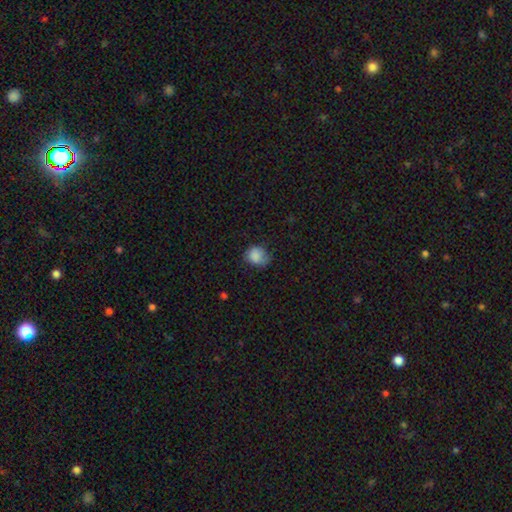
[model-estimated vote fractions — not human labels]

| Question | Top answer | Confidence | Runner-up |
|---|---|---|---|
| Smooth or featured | smooth | 84% | star or artifact (8%) |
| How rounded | round | 65% | in between (34%) |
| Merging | none | 56% | minor disturbance (33%) |